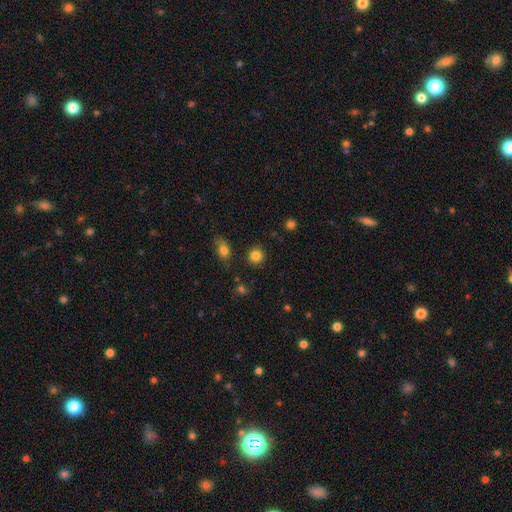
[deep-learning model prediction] Q: Smooth or featured?
A: smooth (85%); runner-up: star or artifact (11%)
Q: How rounded?
A: round (91%); runner-up: in between (8%)
Q: Merging?
A: none (88%); runner-up: minor disturbance (7%)